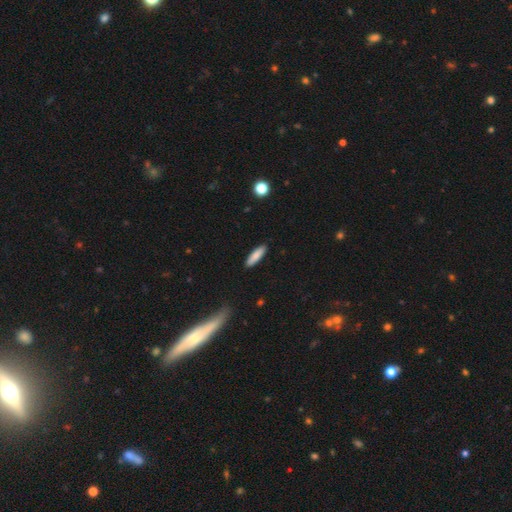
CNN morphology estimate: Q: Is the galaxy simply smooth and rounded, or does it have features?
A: smooth — 85%.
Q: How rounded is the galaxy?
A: cigar-shaped — 67%.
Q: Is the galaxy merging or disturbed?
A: none — 90%.